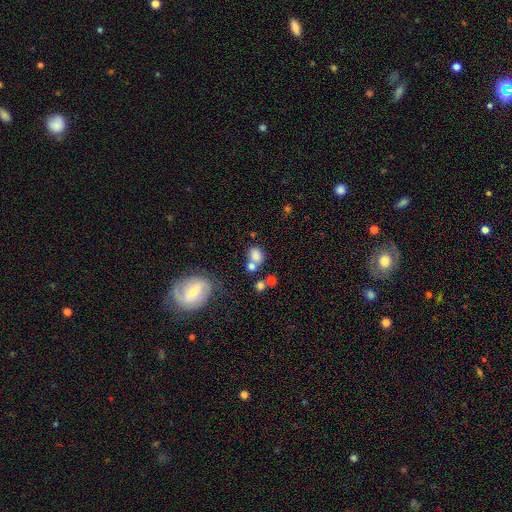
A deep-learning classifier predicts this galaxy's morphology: smooth 76%, star or artifact 12%, featured or disk 12%. Down the decision tree: how rounded — in between (59%); merging — merger (40%).